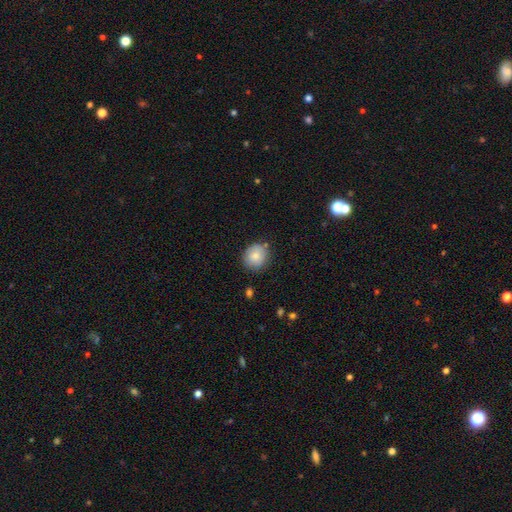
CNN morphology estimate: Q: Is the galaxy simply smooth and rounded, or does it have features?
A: smooth — 82%.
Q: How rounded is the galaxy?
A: round — 84%.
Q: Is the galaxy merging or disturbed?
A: none — 81%.